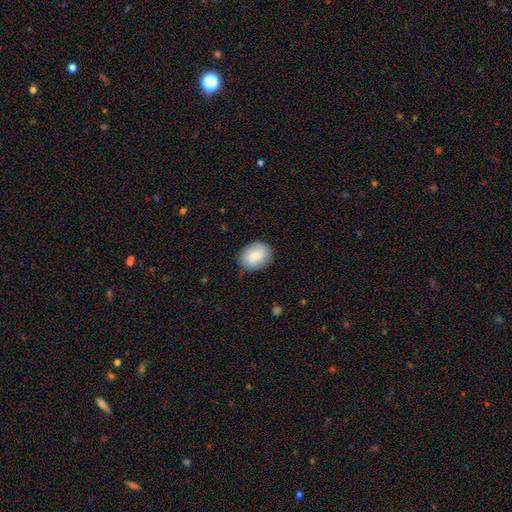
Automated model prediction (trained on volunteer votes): Smooth or featured?
  - smooth: 79% *
  - featured or disk: 14%
  - star or artifact: 7%
How rounded?
  - in between: 56% *
  - round: 43%
  - cigar-shaped: 1%
Merging?
  - none: 80% *
  - minor disturbance: 15%
  - major disturbance: 3%
  - merger: 1%